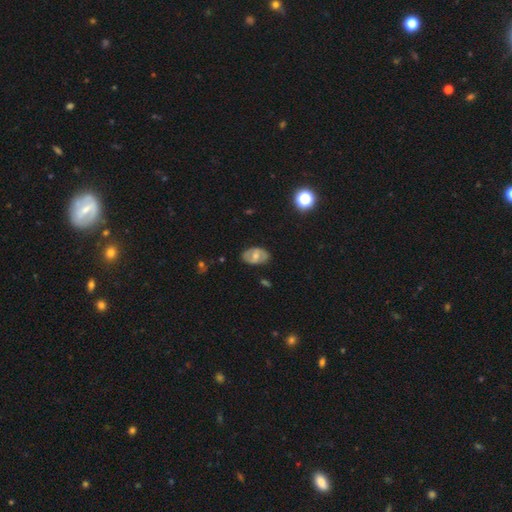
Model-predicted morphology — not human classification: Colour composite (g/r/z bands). It shows a featured or disk galaxy (50%). Merging: none (79%).